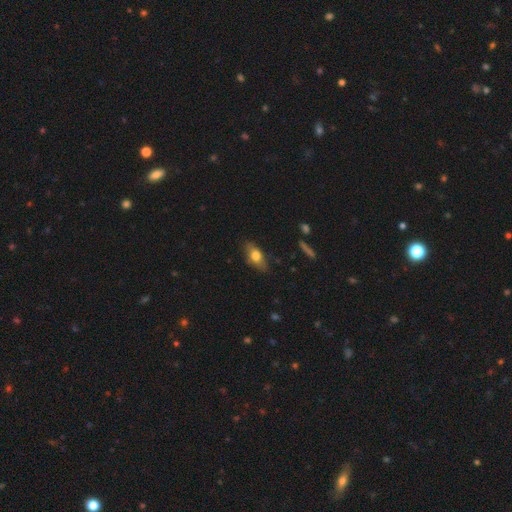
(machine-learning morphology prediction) The model was most divided on "smooth or featured": smooth: 69%, featured or disk: 24%, star or artifact: 7%. More confident: how rounded — in between (80%); merging — none (80%).